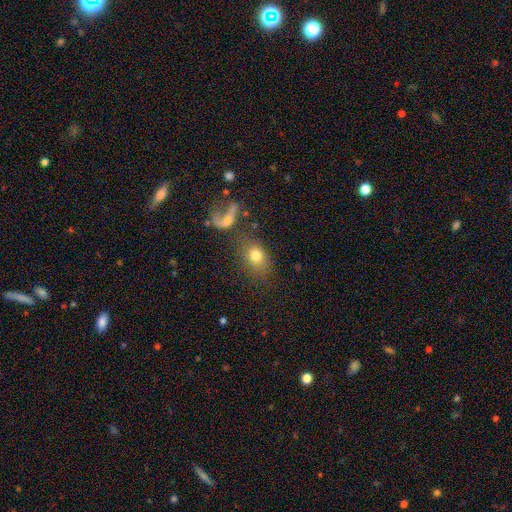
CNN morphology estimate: A smooth galaxy with no disk features (73%) that is in between round and cigar-shaped (63%).

Vote fractions:
- Smooth or featured? smooth: 73% / featured or disk: 16% / star or artifact: 12%
- How rounded? in between: 63% / round: 34% / cigar-shaped: 2%
- Merging? none: 54% / merger: 21% / minor disturbance: 13% / major disturbance: 12%